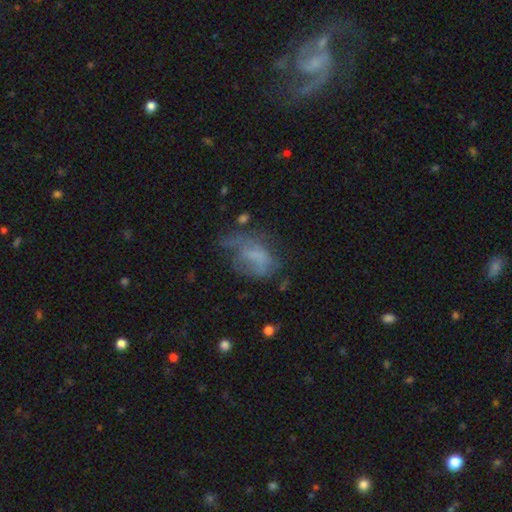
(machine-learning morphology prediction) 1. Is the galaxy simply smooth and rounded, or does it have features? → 43% smooth, 42% featured or disk, 15% star or artifact.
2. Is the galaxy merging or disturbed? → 38% major disturbance, 31% none, 25% minor disturbance, 5% merger.